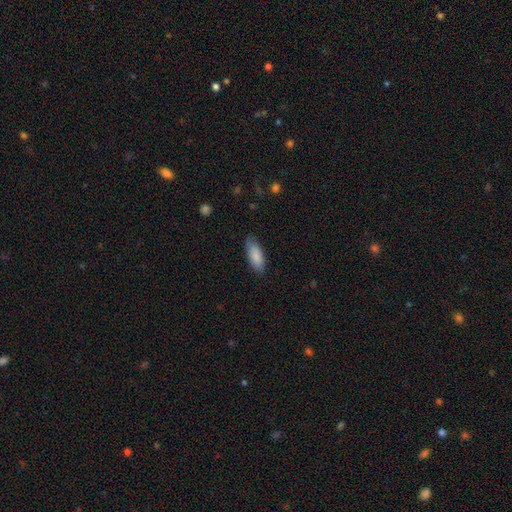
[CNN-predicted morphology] Smooth or featured? smooth (87%)
How rounded? in between (77%)
Merging? none (81%)